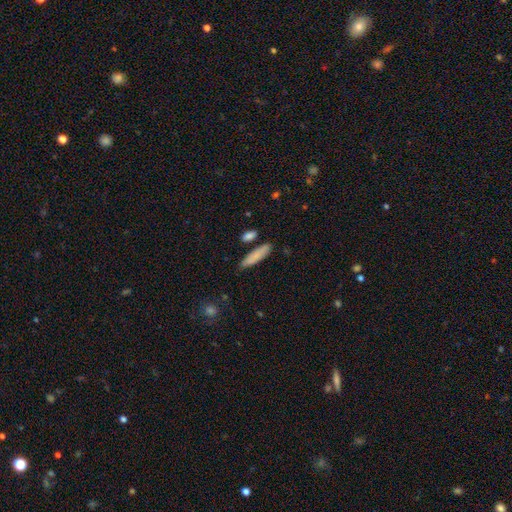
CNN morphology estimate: A smooth galaxy with no disk features (83%) that is cigar-shaped (72%). Merging: none (79%).